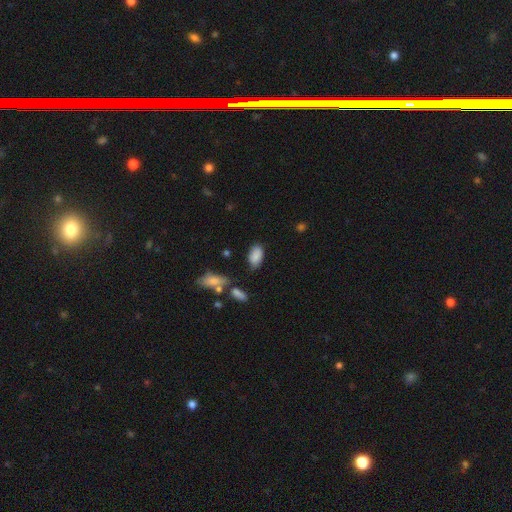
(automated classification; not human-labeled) smooth 86%, star or artifact 8%, featured or disk 6%. Down the decision tree: how rounded — in between (93%); merging — none (70%).